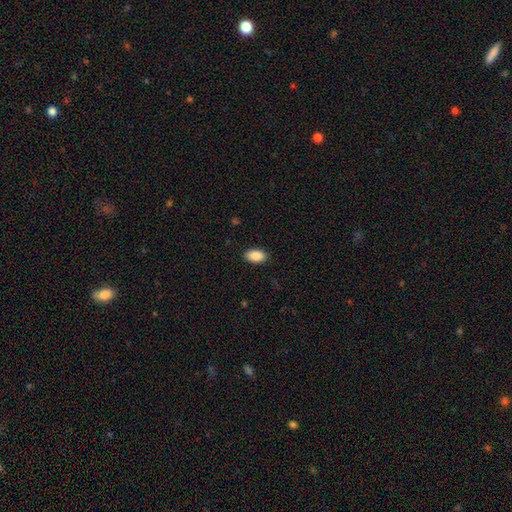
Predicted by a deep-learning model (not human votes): A smooth galaxy with no disk features (89%) that is in between round and cigar-shaped (93%).

Vote fractions:
- Smooth or featured? smooth: 89% / star or artifact: 7% / featured or disk: 4%
- How rounded? in between: 93% / round: 5% / cigar-shaped: 2%
- Merging? none: 89% / minor disturbance: 8% / major disturbance: 2% / merger: 1%